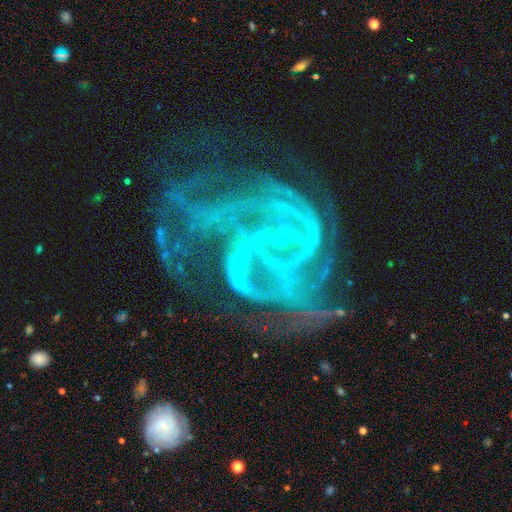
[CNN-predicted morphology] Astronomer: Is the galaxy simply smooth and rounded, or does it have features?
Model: featured or disk — 85%.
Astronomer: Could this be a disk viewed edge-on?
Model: no — 98%.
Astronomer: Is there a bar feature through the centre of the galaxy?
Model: no — 41% (runner-up: weak, 34%).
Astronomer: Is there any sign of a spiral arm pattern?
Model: yes — 91%.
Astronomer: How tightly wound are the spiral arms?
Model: medium — 43% (runner-up: tight, 36%).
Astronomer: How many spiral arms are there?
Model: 2 — 27% (runner-up: can't tell, 25%).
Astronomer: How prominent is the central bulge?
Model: small — 70%.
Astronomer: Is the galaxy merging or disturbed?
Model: major disturbance — 38% (runner-up: none, 24%).